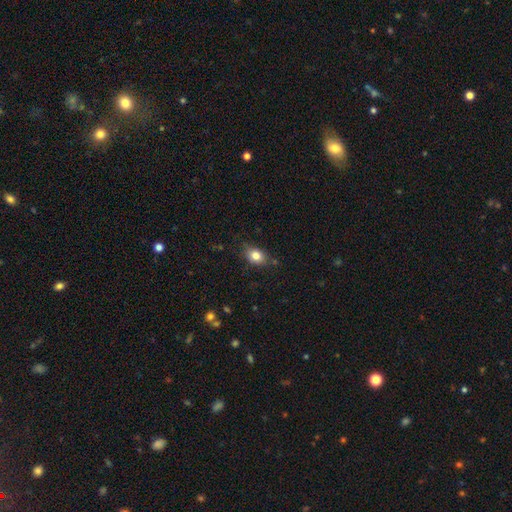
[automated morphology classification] This is clearly a smooth galaxy (82%). How rounded: likely in between (72%). Merging: likely none (77%).